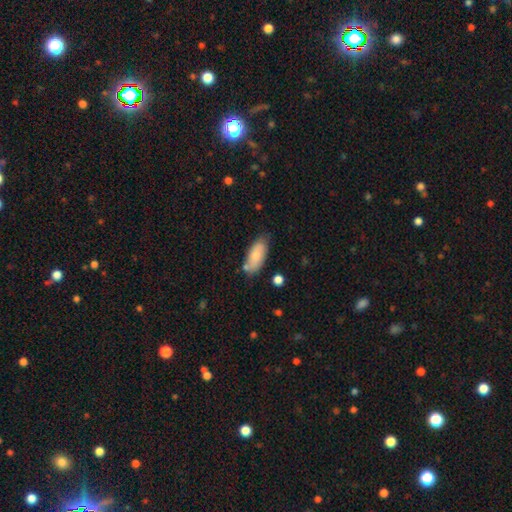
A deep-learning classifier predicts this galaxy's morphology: smooth-or-featured: smooth: 79% | featured or disk: 14% | star or artifact: 6%
  how-rounded: in between: 86% | cigar-shaped: 12% | round: 2%
  merging: none: 70% | minor disturbance: 20% | merger: 6% | major disturbance: 4%